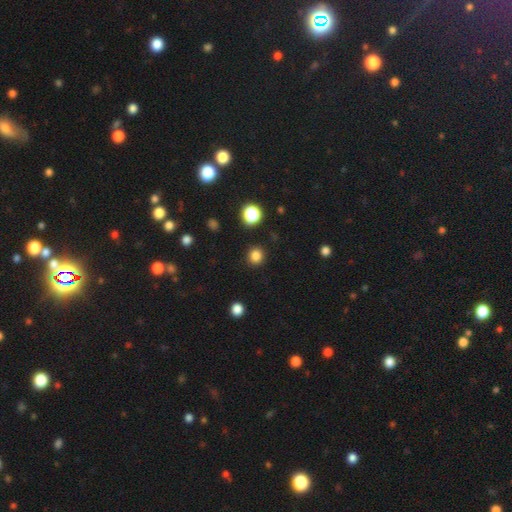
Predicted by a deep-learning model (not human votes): Smooth or featured? Predicted: smooth (p=0.83). How rounded? Predicted: round (p=0.89). Merging? Predicted: none (p=0.90).